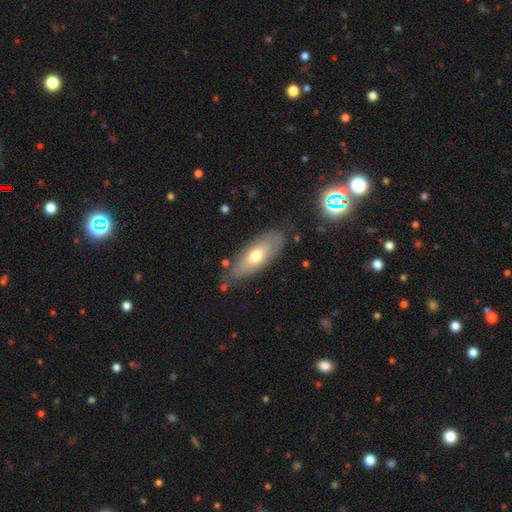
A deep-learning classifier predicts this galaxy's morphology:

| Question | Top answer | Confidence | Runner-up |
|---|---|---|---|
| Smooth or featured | smooth | 61% | featured or disk (33%) |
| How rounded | in between | 74% | cigar-shaped (23%) |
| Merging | none | 75% | minor disturbance (18%) |